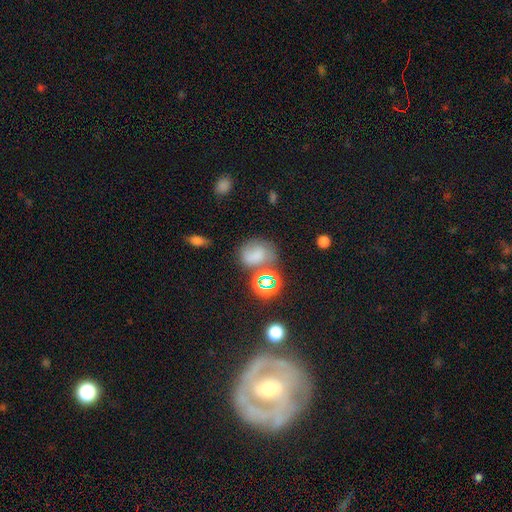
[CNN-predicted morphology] A smooth galaxy with no disk features (59%) that is round (53%). Merging: none (53%).